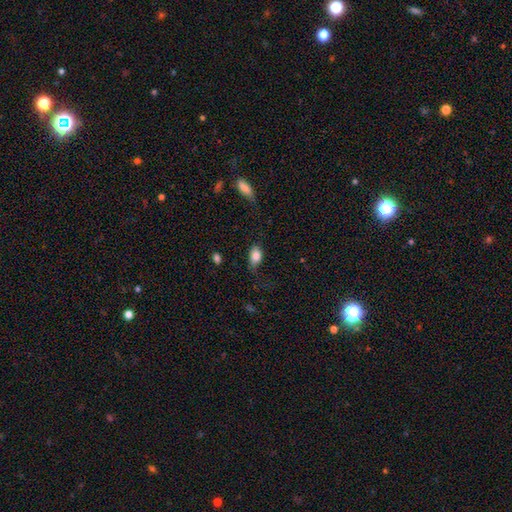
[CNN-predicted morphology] This is clearly a smooth galaxy (84%). How rounded: clearly in between (87%). Merging: possibly none (58%).